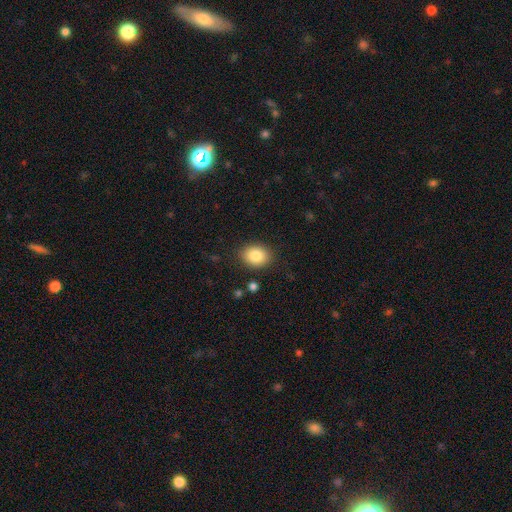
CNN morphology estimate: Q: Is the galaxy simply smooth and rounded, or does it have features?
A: smooth — 85%.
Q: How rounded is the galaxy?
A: in between — 59%.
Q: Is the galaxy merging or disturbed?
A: none — 86%.